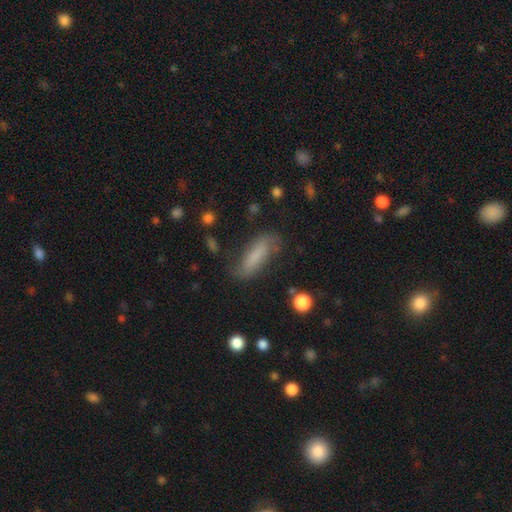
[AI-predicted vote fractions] Smooth or featured? smooth (71%)
How rounded? cigar-shaped (54%)
Merging? none (71%)